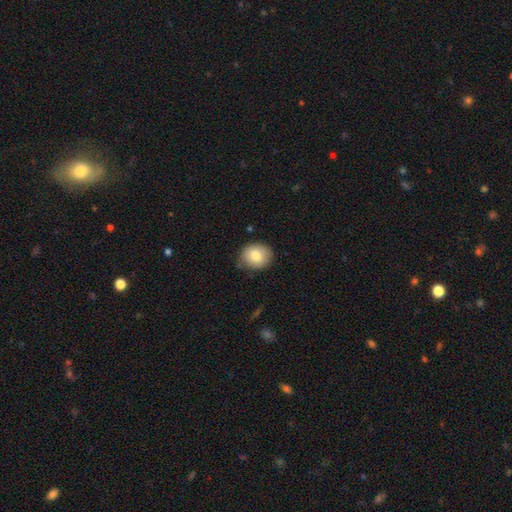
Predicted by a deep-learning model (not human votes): The model was most divided on "how rounded": round: 69%, in between: 31%, cigar-shaped: 1%. More confident: merging — none (81%); smooth or featured — smooth (80%).